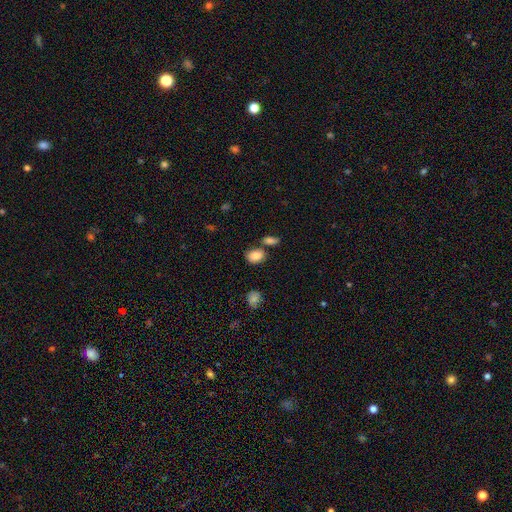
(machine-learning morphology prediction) Smooth or featured? smooth (84%)
How rounded? in between (75%)
Merging? none (63%)